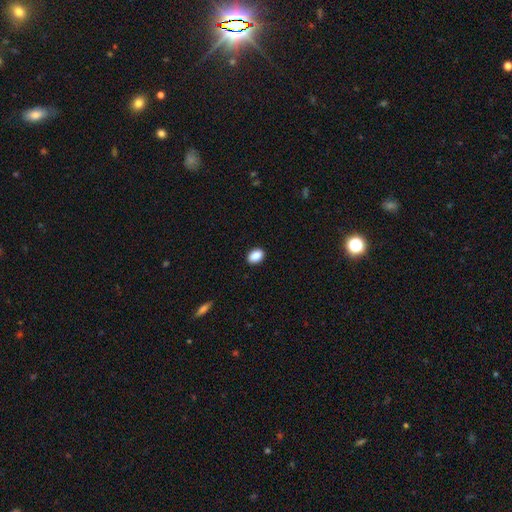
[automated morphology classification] A smooth galaxy with no disk features (89%) that is in between round and cigar-shaped (82%). Merging: none (90%).